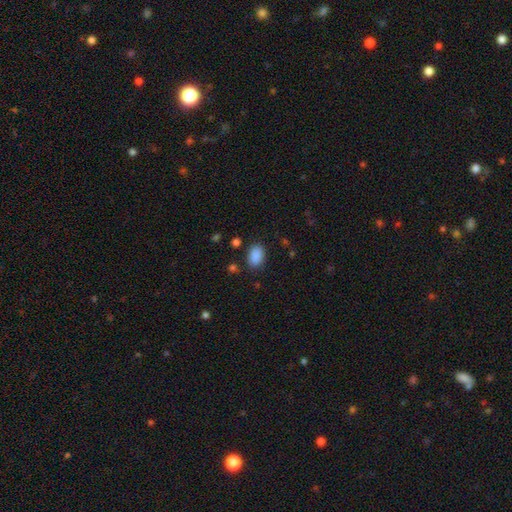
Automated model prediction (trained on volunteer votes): Q: Smooth or featured?
A: smooth (88%); runner-up: star or artifact (9%)
Q: How rounded?
A: in between (86%); runner-up: round (12%)
Q: Merging?
A: none (82%); runner-up: minor disturbance (13%)